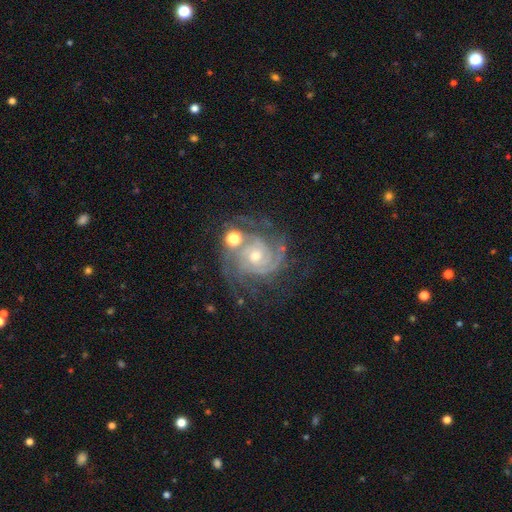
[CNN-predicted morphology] type=featured or disk (89%); edge-on=no (98%); bar=no (70%); spiral arms=yes (98%); winding=tight (72%); arm count=3 (34%); bulge=small (49%); merging=none (63%).